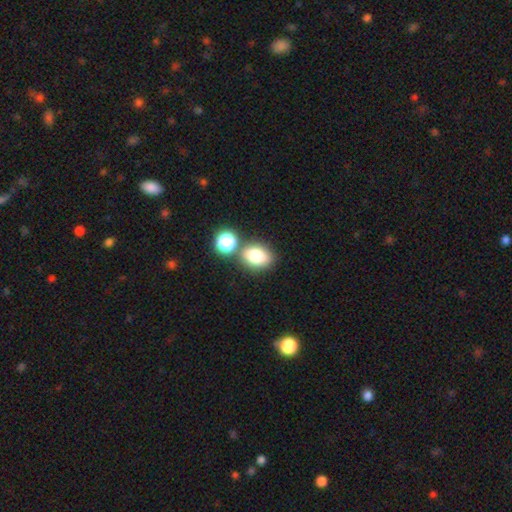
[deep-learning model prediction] The model was most divided on "how rounded": in between: 59%, round: 40%, cigar-shaped: 1%. More confident: smooth or featured — smooth (77%); merging — none (69%).